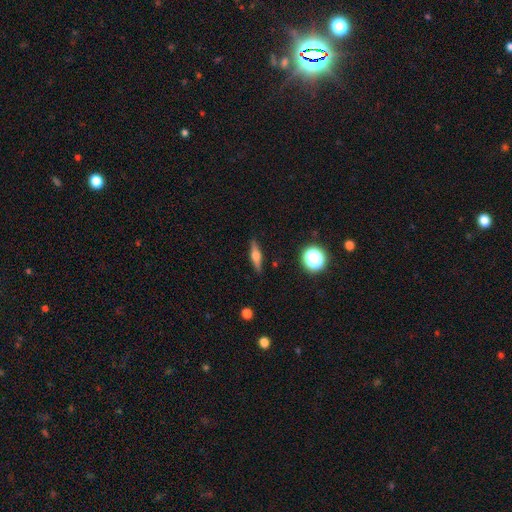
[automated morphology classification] Overall: featured or disk (56%; smooth 35%). Edge-on disk: yes (95%). Edge-on bulge: rounded (88%). Merging: none (88%).